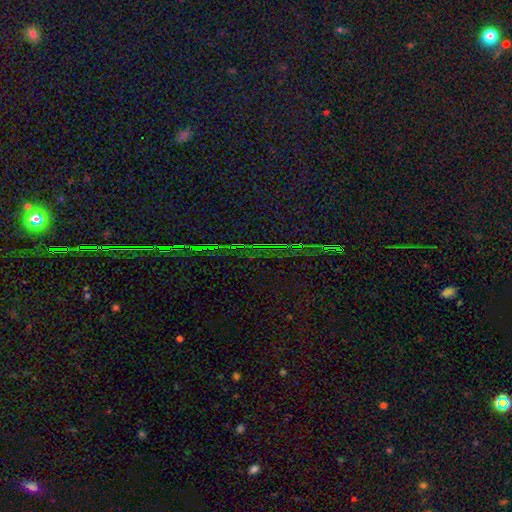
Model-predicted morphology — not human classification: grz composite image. It shows a star or artifact, not a galaxy (84%).